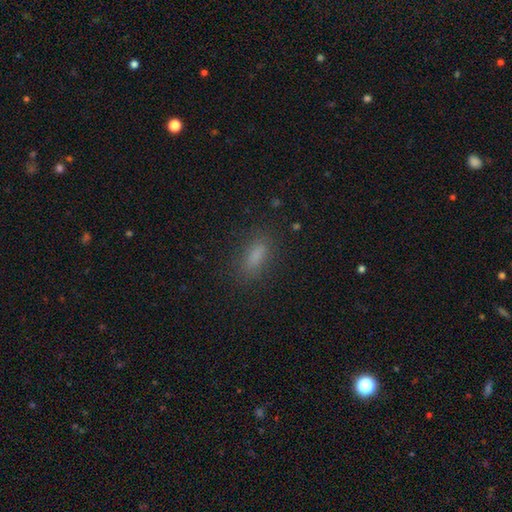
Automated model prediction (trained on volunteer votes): A smooth galaxy with no disk features (81%) that is in between round and cigar-shaped (63%).

Vote fractions:
- Smooth or featured? smooth: 81% / star or artifact: 12% / featured or disk: 7%
- How rounded? in between: 63% / cigar-shaped: 33% / round: 4%
- Merging? none: 84% / minor disturbance: 11% / major disturbance: 4% / merger: 1%